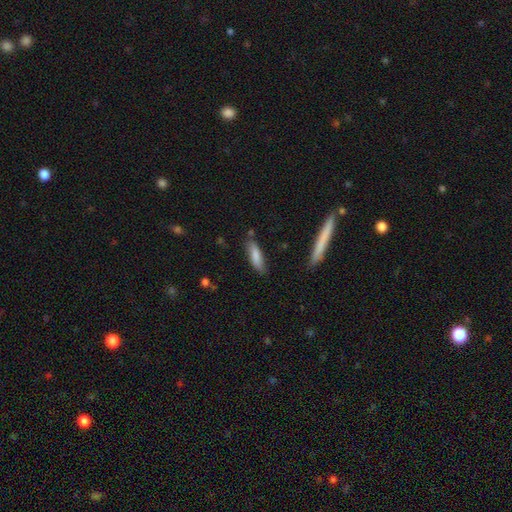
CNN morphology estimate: smooth_or_featured: smooth (p=0.81) [alt: featured or disk p=0.13]
how_rounded: cigar-shaped (p=0.63) [alt: in between p=0.36]
merging: none (p=0.77) [alt: minor disturbance p=0.16]